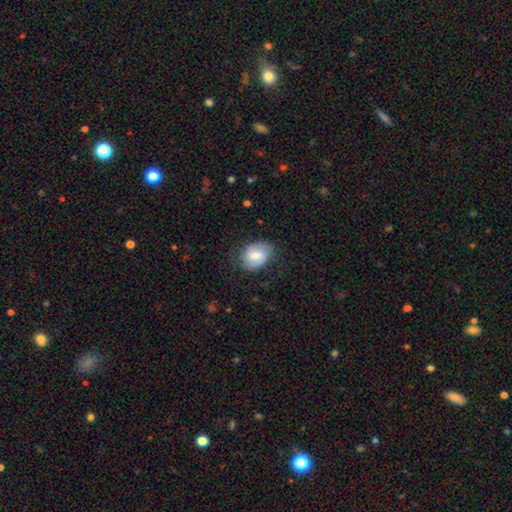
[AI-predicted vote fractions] A smooth galaxy with no disk features (63%) that is in between round and cigar-shaped (67%).

Vote fractions:
- Smooth or featured? smooth: 63% / featured or disk: 30% / star or artifact: 7%
- How rounded? in between: 67% / round: 31% / cigar-shaped: 1%
- Merging? none: 70% / minor disturbance: 21% / major disturbance: 8% / merger: 1%